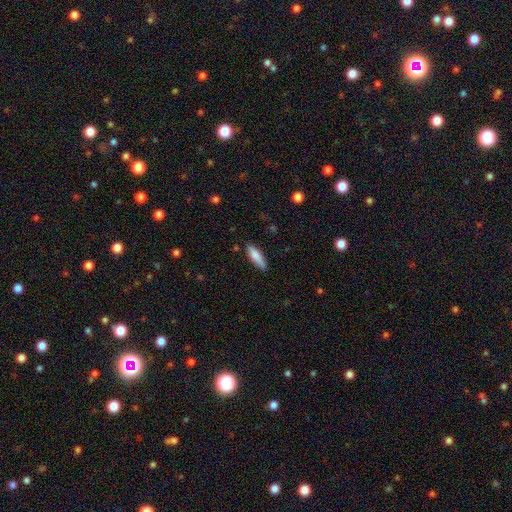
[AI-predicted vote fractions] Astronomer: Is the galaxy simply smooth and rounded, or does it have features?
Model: smooth — 82%.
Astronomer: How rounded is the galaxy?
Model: cigar-shaped — 56% (runner-up: in between, 42%).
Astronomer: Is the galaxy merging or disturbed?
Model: none — 78%.